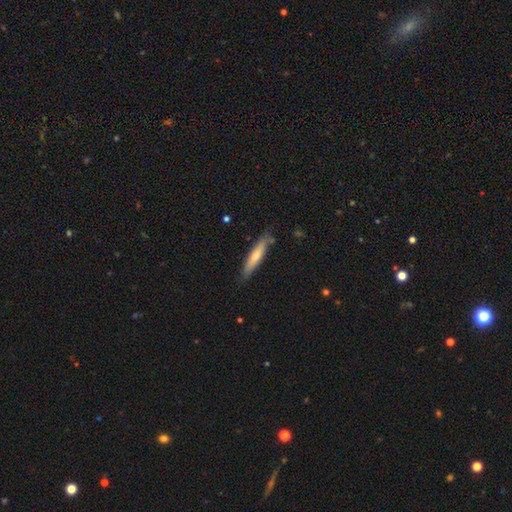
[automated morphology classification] Q: Smooth or featured?
A: smooth (62%); runner-up: featured or disk (32%)
Q: How rounded?
A: cigar-shaped (88%); runner-up: in between (11%)
Q: Merging?
A: none (81%); runner-up: minor disturbance (15%)